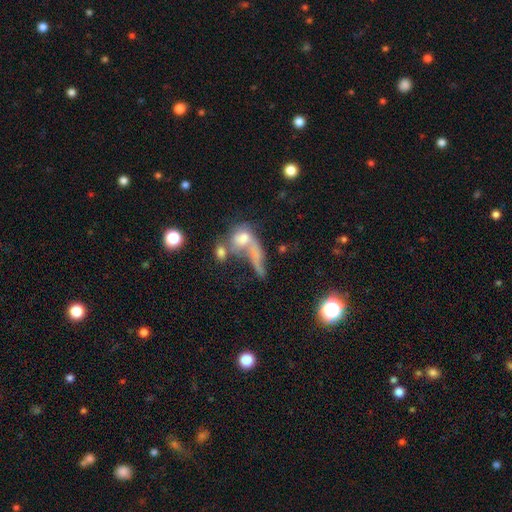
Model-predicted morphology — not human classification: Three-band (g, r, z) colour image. It shows a smooth galaxy with no disk features (49%). Merging: merger (54%).